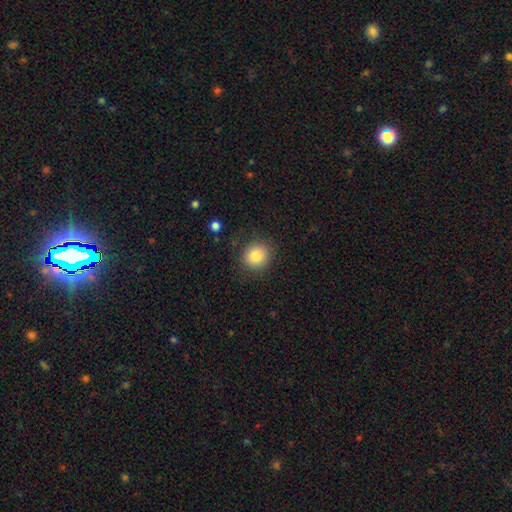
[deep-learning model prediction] Q: Smooth or featured?
A: smooth (84%); runner-up: star or artifact (10%)
Q: How rounded?
A: round (84%); runner-up: in between (15%)
Q: Merging?
A: none (84%); runner-up: minor disturbance (10%)